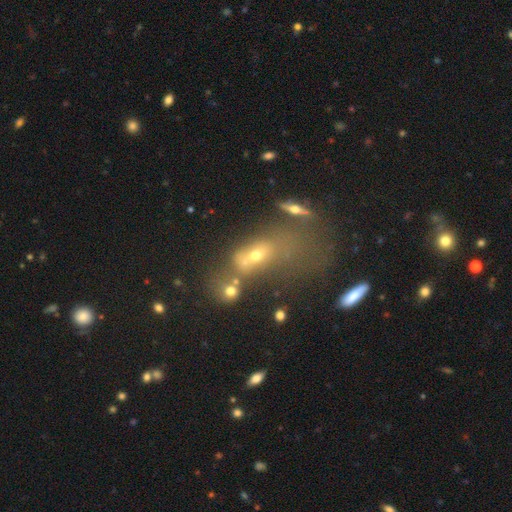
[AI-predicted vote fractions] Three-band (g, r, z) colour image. It shows a smooth galaxy with no disk features (43%). Merging: merger (45%).